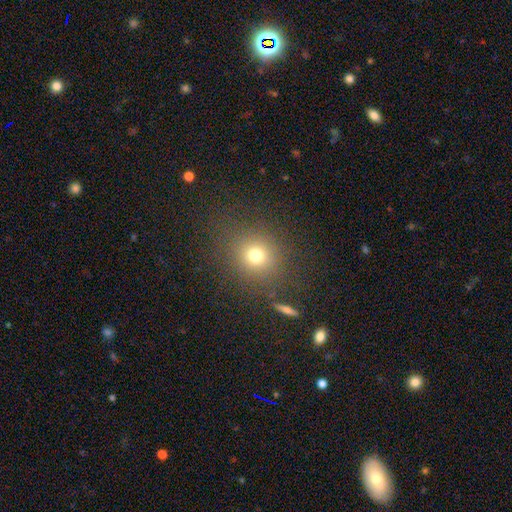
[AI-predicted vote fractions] smooth-or-featured: smooth: 74% | star or artifact: 18% | featured or disk: 9%
  how-rounded: round: 85% | in between: 14% | cigar-shaped: 1%
  merging: none: 82% | minor disturbance: 9% | major disturbance: 5% | merger: 3%